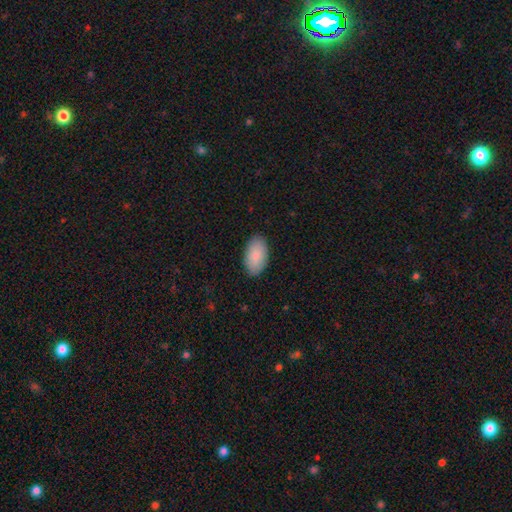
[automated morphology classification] Smooth or featured: smooth — 88% (featured or disk — 6%)
How rounded: in between — 96% (round — 3%)
Merging: none — 88% (minor disturbance — 9%)